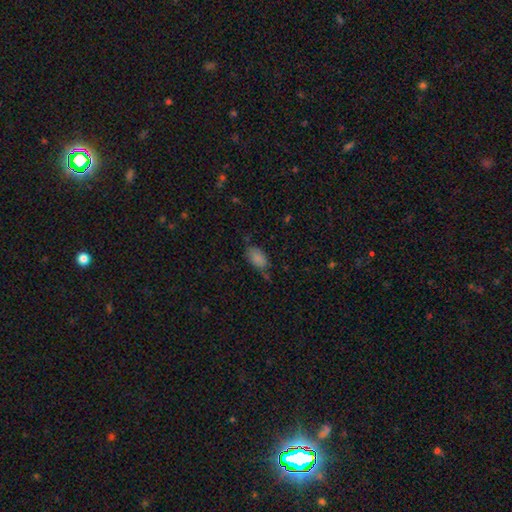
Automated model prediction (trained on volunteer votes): Smooth or featured?
  - smooth: 78% *
  - star or artifact: 14%
  - featured or disk: 8%
How rounded?
  - in between: 91% *
  - round: 5%
  - cigar-shaped: 5%
Merging?
  - none: 61% *
  - minor disturbance: 27%
  - major disturbance: 8%
  - merger: 4%